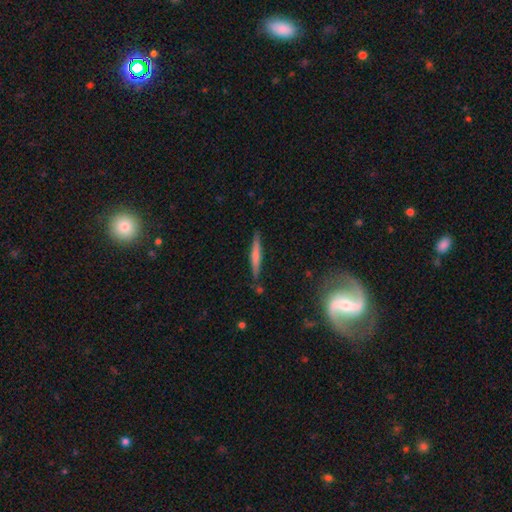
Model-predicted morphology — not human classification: Smooth or featured?
  - smooth: 55% *
  - featured or disk: 39%
  - star or artifact: 6%
How rounded?
  - cigar-shaped: 94% *
  - in between: 5%
  - round: 2%
Merging?
  - none: 85% *
  - minor disturbance: 11%
  - merger: 2%
  - major disturbance: 2%